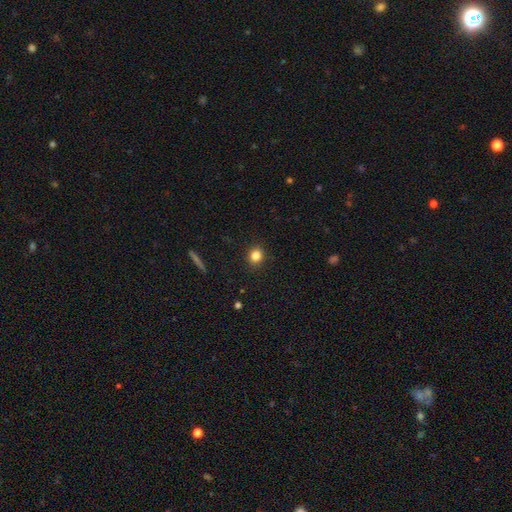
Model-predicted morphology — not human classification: This appears to be a smooth galaxy with no disk features (83%) that is round (76%). Merging: none (90%).